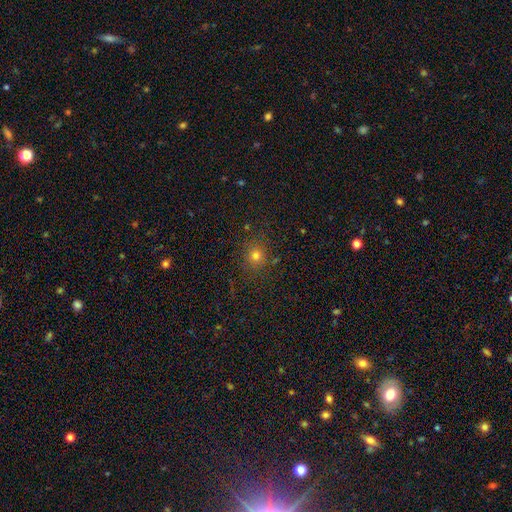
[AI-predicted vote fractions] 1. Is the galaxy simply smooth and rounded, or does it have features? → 71% smooth, 21% star or artifact, 7% featured or disk.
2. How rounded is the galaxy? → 83% round, 16% in between, 1% cigar-shaped.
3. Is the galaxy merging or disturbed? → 84% none, 10% minor disturbance, 3% major disturbance, 2% merger.